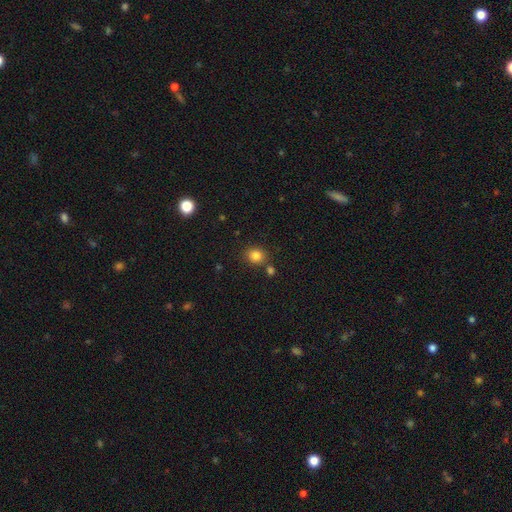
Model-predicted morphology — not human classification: smooth 83%, star or artifact 12%, featured or disk 5%. Down the decision tree: how rounded — round (78%); merging — none (79%).